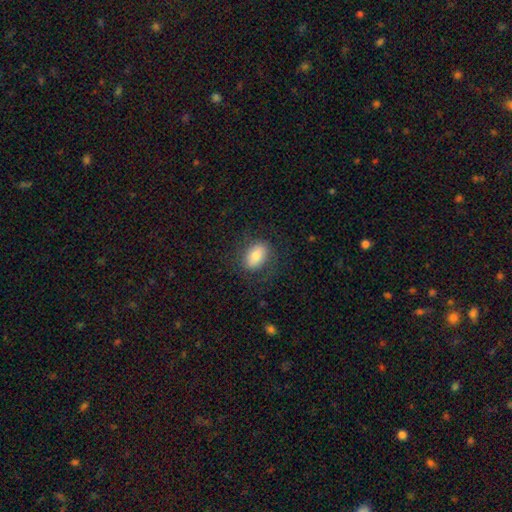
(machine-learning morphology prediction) A smooth galaxy with no disk features (76%) that is in between round and cigar-shaped (86%). Merging: none (76%).